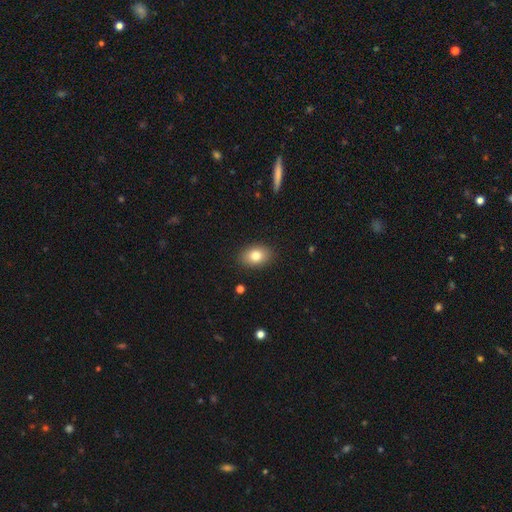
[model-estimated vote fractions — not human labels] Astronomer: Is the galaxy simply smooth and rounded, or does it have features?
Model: smooth — 81%.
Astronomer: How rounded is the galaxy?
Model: in between — 77%.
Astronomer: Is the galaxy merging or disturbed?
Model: none — 89%.